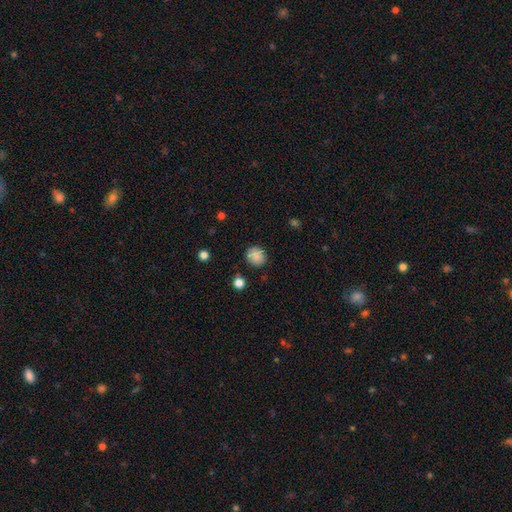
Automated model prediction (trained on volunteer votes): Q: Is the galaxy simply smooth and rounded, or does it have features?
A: smooth — 87%.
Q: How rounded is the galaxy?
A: round — 84%.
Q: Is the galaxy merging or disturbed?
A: none — 85%.